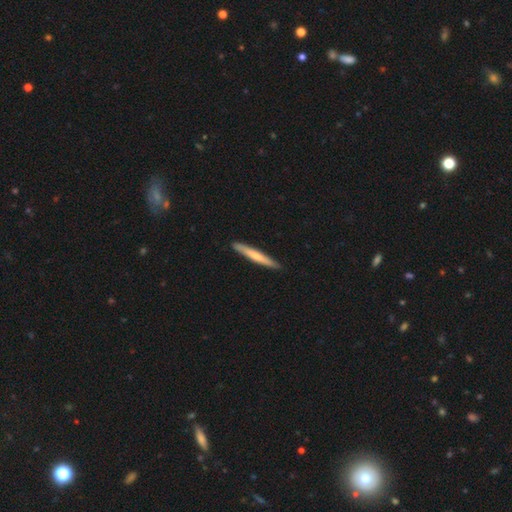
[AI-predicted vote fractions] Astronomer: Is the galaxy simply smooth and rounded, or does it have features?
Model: smooth — 63%.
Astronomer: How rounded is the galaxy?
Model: cigar-shaped — 96%.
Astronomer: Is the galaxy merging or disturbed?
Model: none — 90%.